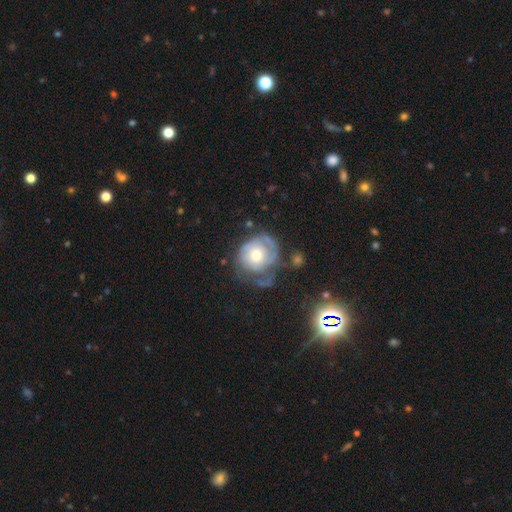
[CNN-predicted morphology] Smooth or featured? Predicted: featured or disk (p=0.64). Edge-on disk? Predicted: no (p=0.97). Bar? Predicted: no (p=0.81). Spiral arms? Predicted: yes (p=0.73). Bulge size? Predicted: moderate (p=0.62). Merging? Predicted: none (p=0.44).